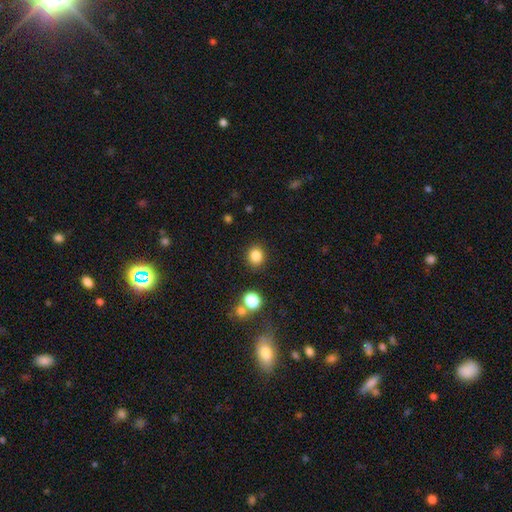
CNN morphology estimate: smooth 83%, star or artifact 12%, featured or disk 5%. Down the decision tree: how rounded — round (75%); merging — none (87%).